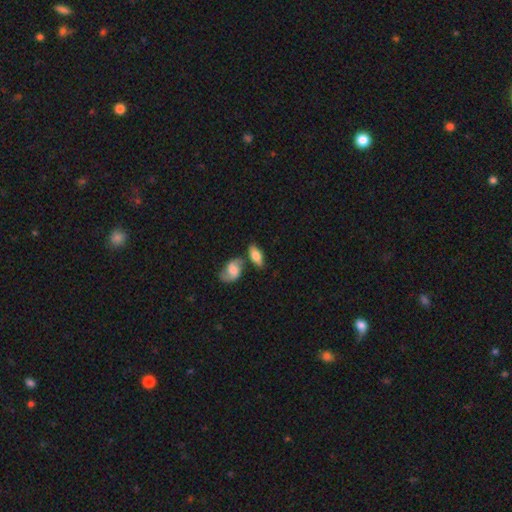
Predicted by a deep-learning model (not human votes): Q: Smooth or featured?
A: smooth (68%); runner-up: featured or disk (25%)
Q: How rounded?
A: in between (84%); runner-up: cigar-shaped (11%)
Q: Merging?
A: none (56%); runner-up: merger (23%)